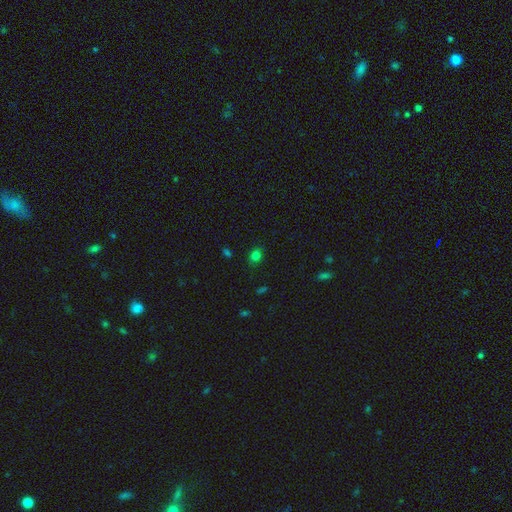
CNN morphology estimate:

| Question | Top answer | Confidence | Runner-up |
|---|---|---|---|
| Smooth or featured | smooth | 78% | star or artifact (17%) |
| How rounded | round | 55% | in between (44%) |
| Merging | none | 85% | minor disturbance (11%) |